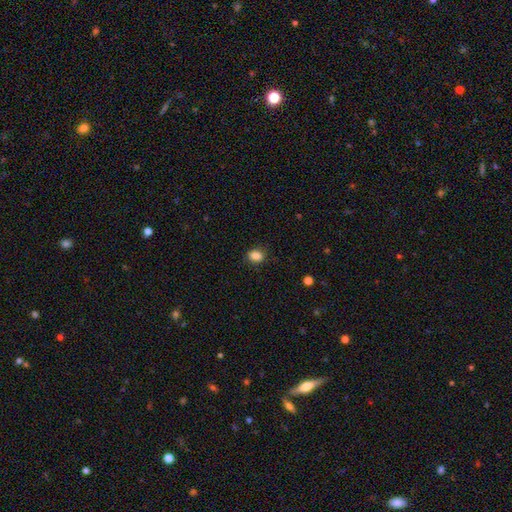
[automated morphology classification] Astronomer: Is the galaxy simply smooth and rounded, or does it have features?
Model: smooth — 86%.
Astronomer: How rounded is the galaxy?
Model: in between — 70%.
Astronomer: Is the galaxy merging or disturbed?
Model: none — 84%.